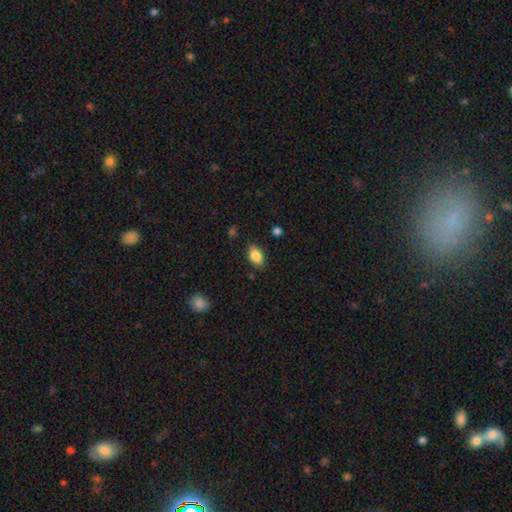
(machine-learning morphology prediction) Smooth or featured? smooth (85%)
How rounded? in between (89%)
Merging? none (84%)